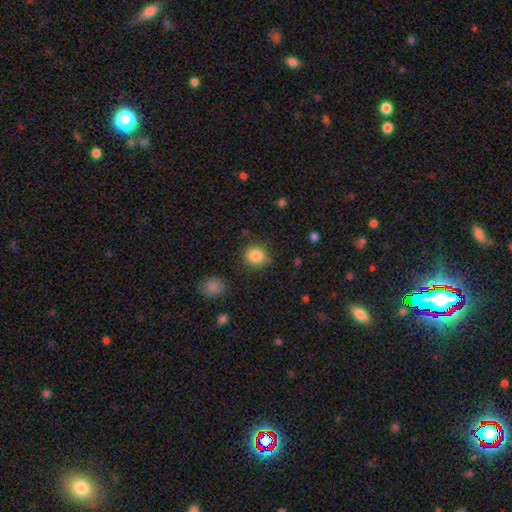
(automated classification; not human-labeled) Smooth or featured: smooth — 86% (star or artifact — 9%)
How rounded: round — 85% (in between — 14%)
Merging: none — 83% (minor disturbance — 11%)